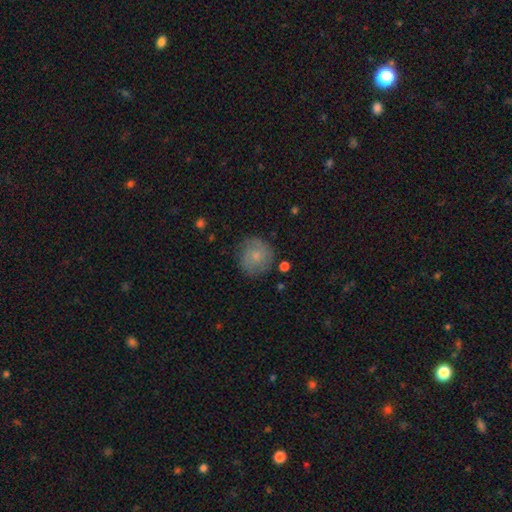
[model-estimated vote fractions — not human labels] Smooth or featured: smooth — 66% (featured or disk — 26%)
How rounded: round — 89% (in between — 10%)
Merging: none — 73% (minor disturbance — 19%)